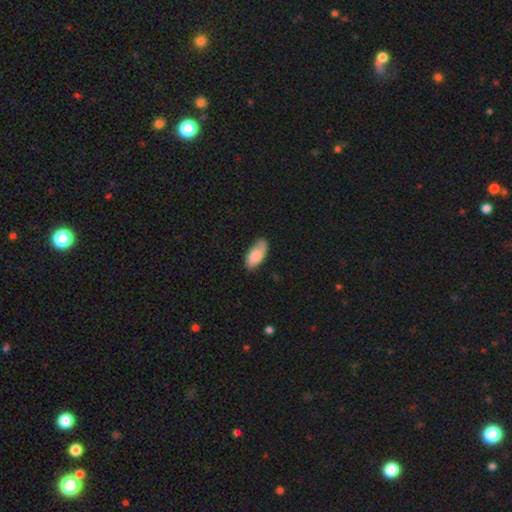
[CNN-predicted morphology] This appears to be a smooth galaxy with no disk features (71%) that is in between round and cigar-shaped (92%). Merging: none (66%).